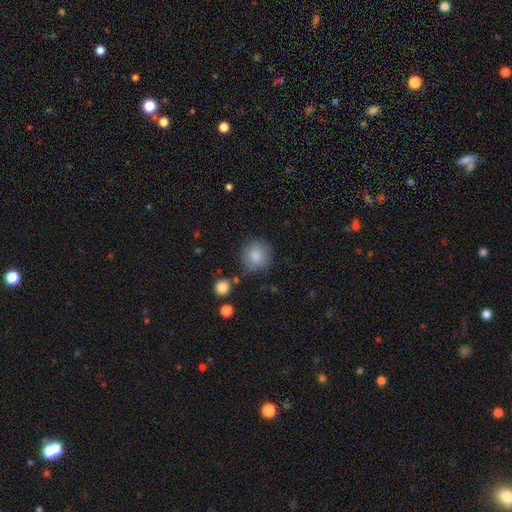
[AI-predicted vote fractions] Overall: smooth (84%). How rounded: round (90%). Merging: none (78%).